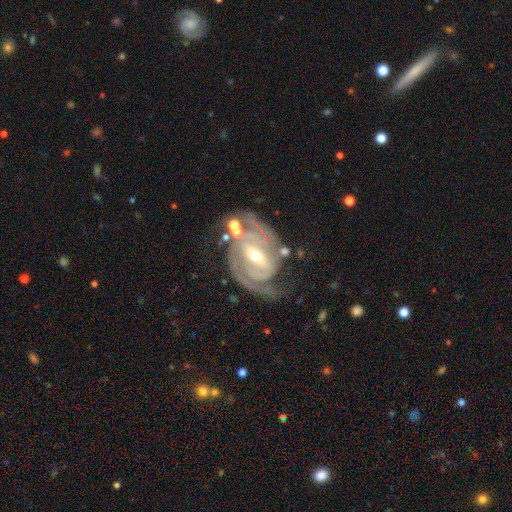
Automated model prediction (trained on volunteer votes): featured or disk 90%, smooth 5%, star or artifact 5%. Down the decision tree: edge-on disk — no (96%); bar — weak (44%); spiral arms — yes (97%); spiral arm count — 2 (52%); spiral winding — tight (63%); bulge size — small (50%); merging — none (59%).